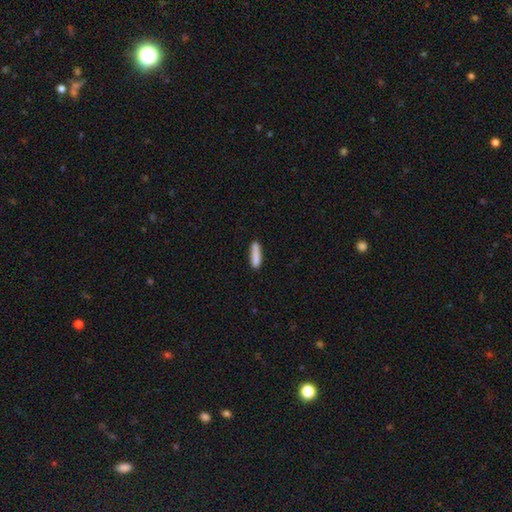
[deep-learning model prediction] Smooth or featured? smooth (86%)
How rounded? cigar-shaped (76%)
Merging? none (78%)